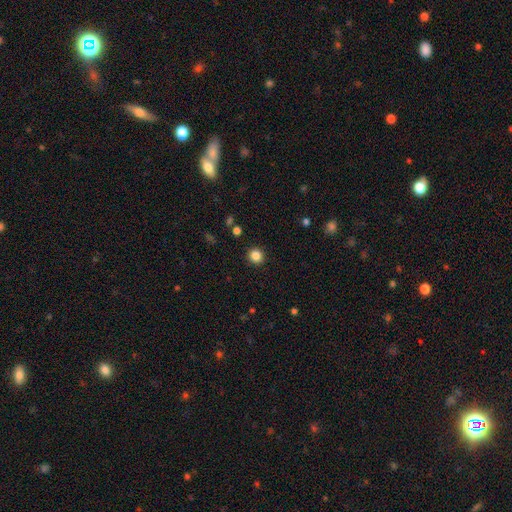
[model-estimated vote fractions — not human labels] Morphology: type=smooth (85%); roundness=round (92%); merging=none (92%).